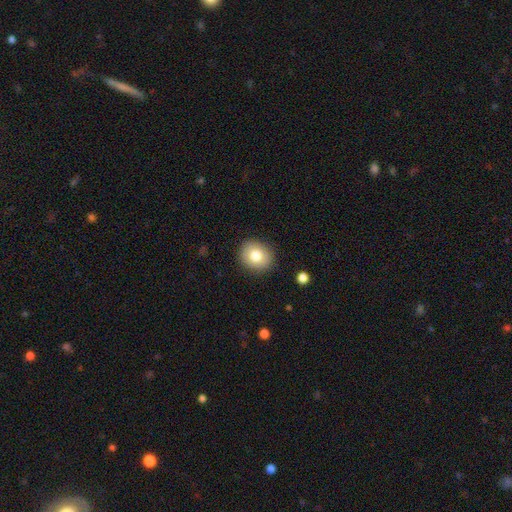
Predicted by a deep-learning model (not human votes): Overall: smooth (80%). How rounded: round (65%; in between 34%). Merging: none (89%).